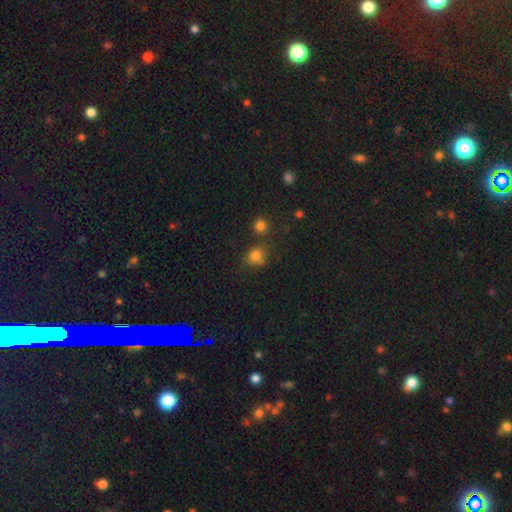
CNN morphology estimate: smooth_or_featured: smooth (p=0.77) [alt: star or artifact p=0.16]
how_rounded: round (p=0.70) [alt: in between p=0.29]
merging: none (p=0.62) [alt: merger p=0.16]